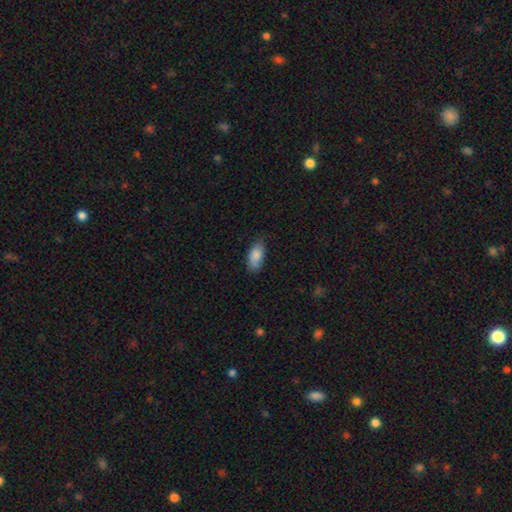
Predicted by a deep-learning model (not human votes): smooth-or-featured: smooth: 86% | featured or disk: 8% | star or artifact: 7%
  how-rounded: in between: 90% | cigar-shaped: 7% | round: 3%
  merging: none: 71% | minor disturbance: 24% | major disturbance: 4% | merger: 1%